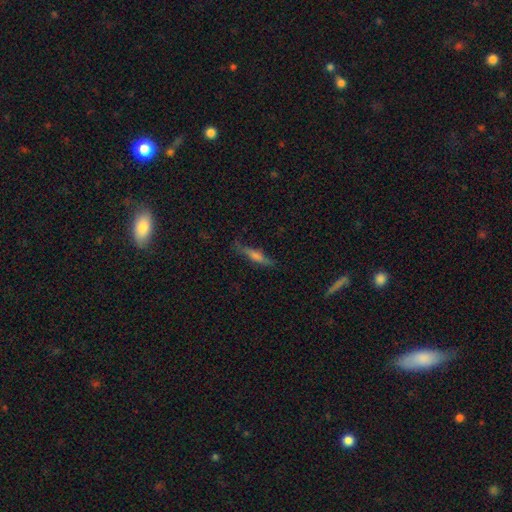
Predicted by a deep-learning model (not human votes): Morphology: type=featured or disk (52%); edge-on=yes (92%); merging=none (78%).